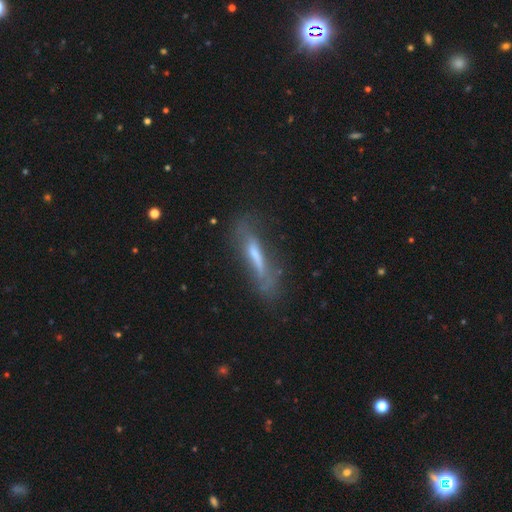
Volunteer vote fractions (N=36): Smooth or featured? 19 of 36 (53%) said smooth. How rounded? 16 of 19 (84%) said cigar-shaped. Merging? 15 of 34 (44%) said none.